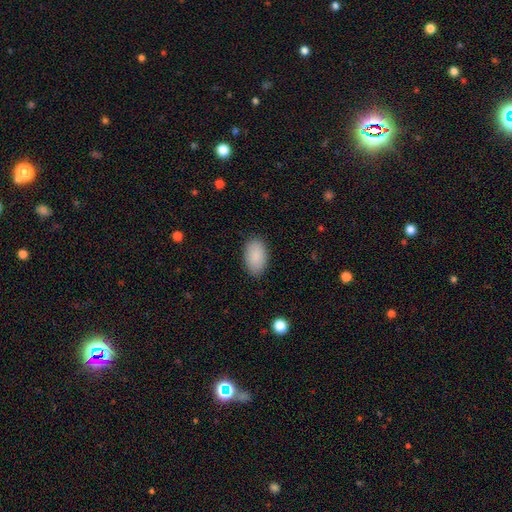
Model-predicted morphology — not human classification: A smooth galaxy with no disk features (89%) that is in between round and cigar-shaped (94%). Merging: none (87%).